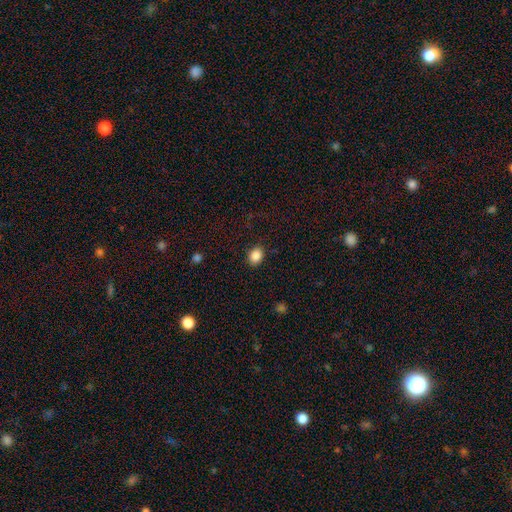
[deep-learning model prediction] Smooth or featured? smooth (87%)
How rounded? in between (63%)
Merging? none (88%)